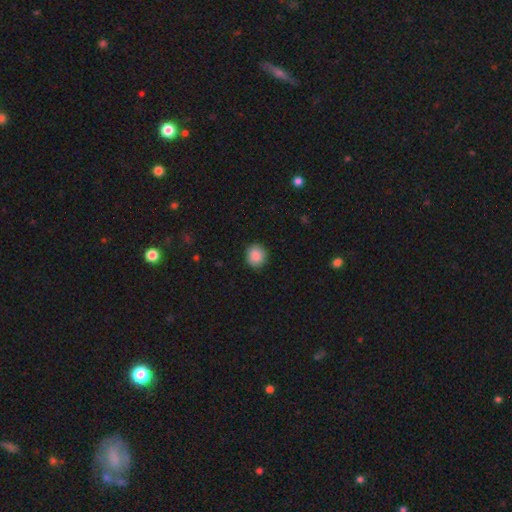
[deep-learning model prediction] A smooth galaxy with no disk features (89%) that is round (83%). Merging: none (90%).